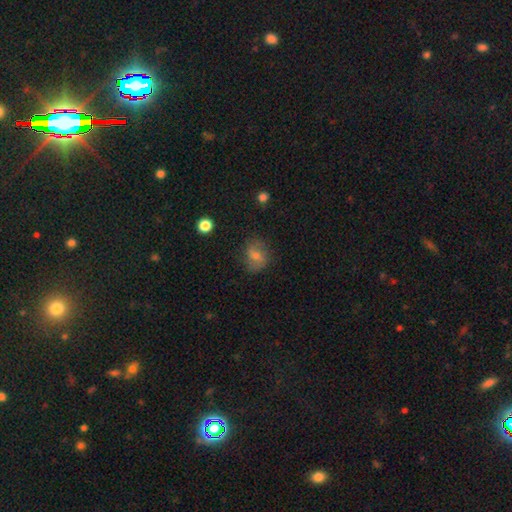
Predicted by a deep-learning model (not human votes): Morphology: type=smooth (50%); roundness=round (56%); merging=none (75%).